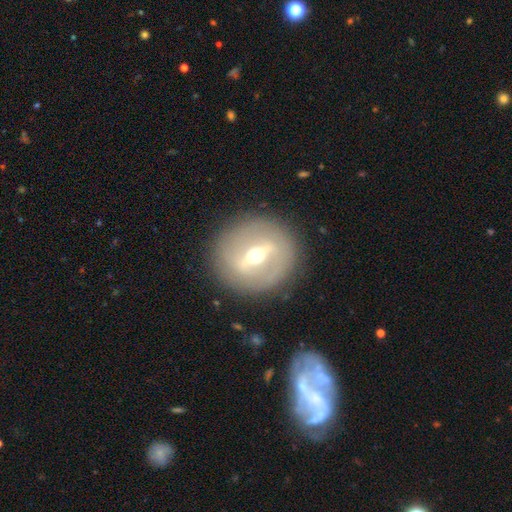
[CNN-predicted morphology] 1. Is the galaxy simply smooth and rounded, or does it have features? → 76% featured or disk, 17% smooth, 7% star or artifact.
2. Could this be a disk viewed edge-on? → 79% no, 21% yes.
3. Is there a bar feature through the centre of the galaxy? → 67% strong, 26% weak, 7% no.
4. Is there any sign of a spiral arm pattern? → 66% no, 34% yes.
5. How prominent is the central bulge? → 70% moderate, 22% small, 6% large, 1% dominant, 1% none.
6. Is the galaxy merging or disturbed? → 86% none, 8% minor disturbance, 4% major disturbance, 1% merger.